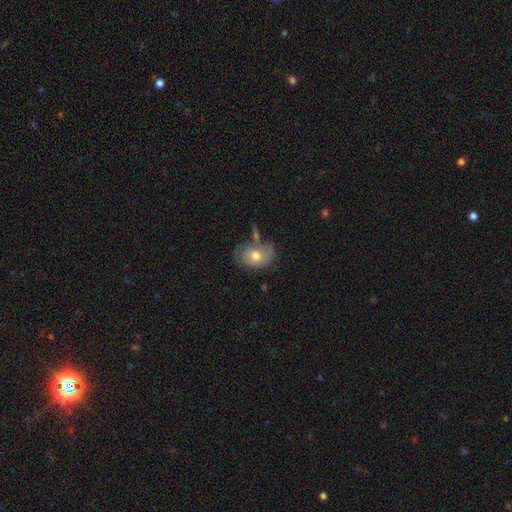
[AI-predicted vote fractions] Smooth or featured? smooth (67%)
How rounded? in between (77%)
Merging? none (48%)